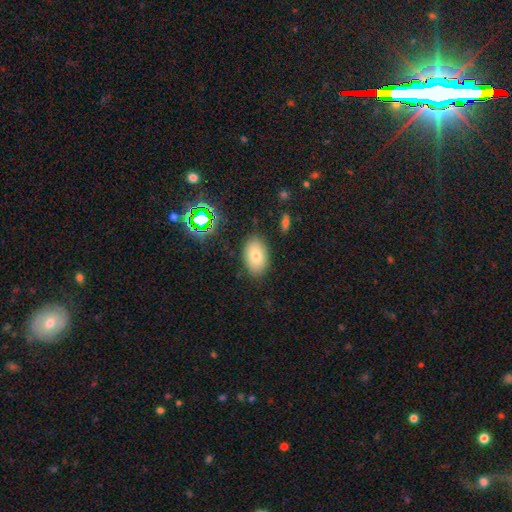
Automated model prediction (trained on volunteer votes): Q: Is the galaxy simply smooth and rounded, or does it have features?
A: smooth — 75%.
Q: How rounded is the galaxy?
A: in between — 88%.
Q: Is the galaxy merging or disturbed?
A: none — 83%.